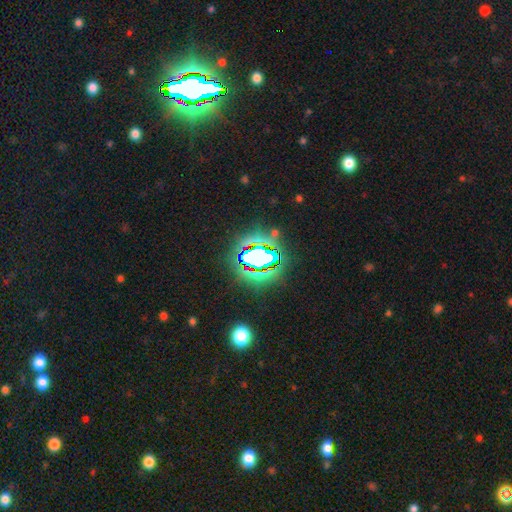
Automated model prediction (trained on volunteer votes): smooth-or-featured: star or artifact: 76% | smooth: 14% | featured or disk: 10%